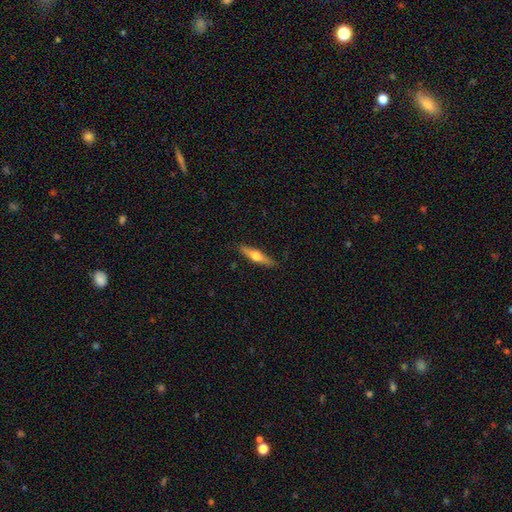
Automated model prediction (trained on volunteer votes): A featured or disk galaxy (54%) viewed edge-on (94%) with a rounded central bulge (94%).

Vote fractions:
- Smooth or featured? featured or disk: 54% / smooth: 40% / star or artifact: 6%
- Edge-on disk? yes: 94% / no: 6%
- Edge-on bulge? rounded: 94% / boxy: 3% / none: 3%
- Merging? none: 88% / minor disturbance: 9% / major disturbance: 2% / merger: 1%